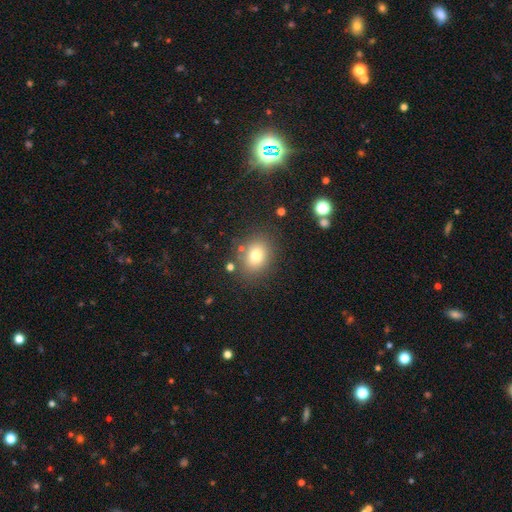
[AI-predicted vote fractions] The model was most divided on "how rounded": round: 55%, in between: 44%, cigar-shaped: 1%. More confident: merging — none (80%); smooth or featured — smooth (76%).